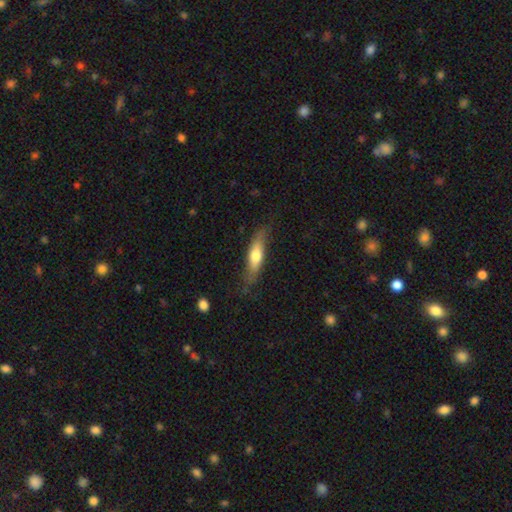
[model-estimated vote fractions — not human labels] smooth_or_featured: smooth (p=0.61) [alt: featured or disk p=0.34]
how_rounded: cigar-shaped (p=0.66) [alt: in between p=0.32]
merging: none (p=0.71) [alt: minor disturbance p=0.21]